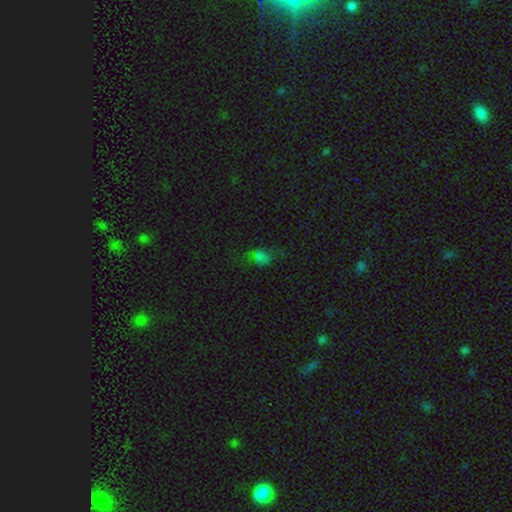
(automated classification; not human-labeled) smooth-or-featured: smooth: 54% | star or artifact: 29% | featured or disk: 17%
  how-rounded: in between: 74% | round: 24% | cigar-shaped: 3%
  merging: none: 46% | minor disturbance: 26% | major disturbance: 24% | merger: 4%